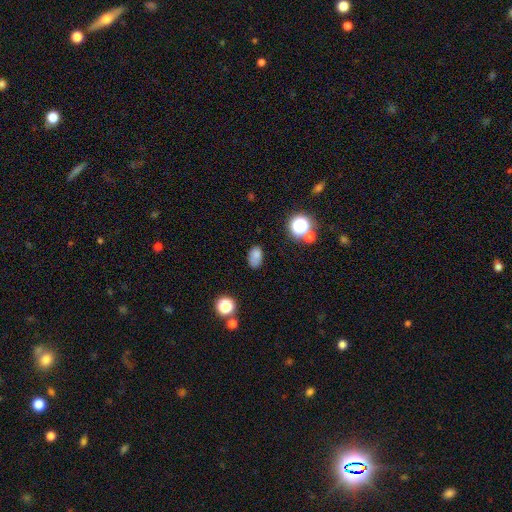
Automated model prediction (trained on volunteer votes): smooth_or_featured: smooth (p=0.79) [alt: star or artifact p=0.14]
how_rounded: in between (p=0.87) [alt: round p=0.12]
merging: none (p=0.75) [alt: minor disturbance p=0.17]